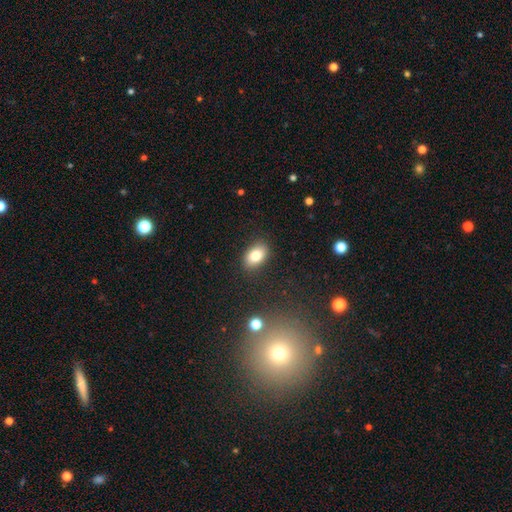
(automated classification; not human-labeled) This appears to be a smooth galaxy with no disk features (81%) that is in between round and cigar-shaped (86%). Merging: none (87%).